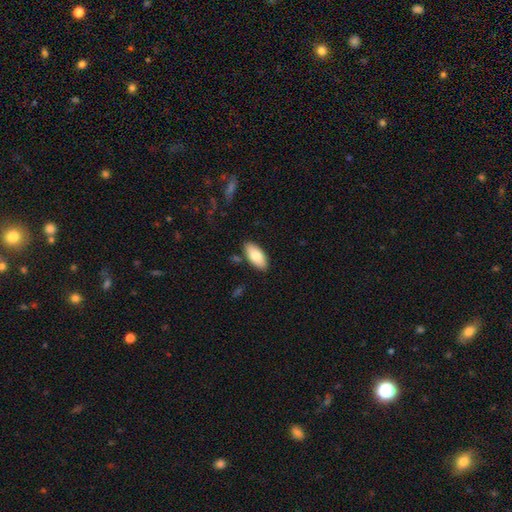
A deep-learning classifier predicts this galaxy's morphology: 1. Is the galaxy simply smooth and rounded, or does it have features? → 80% smooth, 14% featured or disk, 6% star or artifact.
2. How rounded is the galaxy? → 91% in between, 7% cigar-shaped, 2% round.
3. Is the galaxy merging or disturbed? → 84% none, 10% minor disturbance, 3% merger, 2% major disturbance.